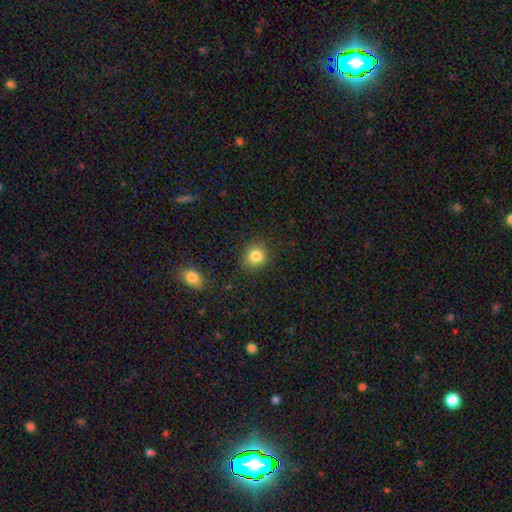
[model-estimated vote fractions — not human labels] Smooth or featured? Predicted: smooth (p=0.84). How rounded? Predicted: round (p=0.81). Merging? Predicted: none (p=0.86).